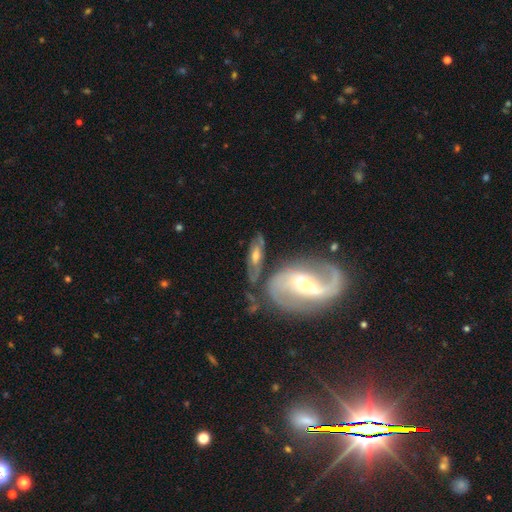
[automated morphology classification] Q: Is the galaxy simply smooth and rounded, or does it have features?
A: featured or disk — 62%.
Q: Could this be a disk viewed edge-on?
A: no — 72%.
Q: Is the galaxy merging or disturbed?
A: none — 50%.